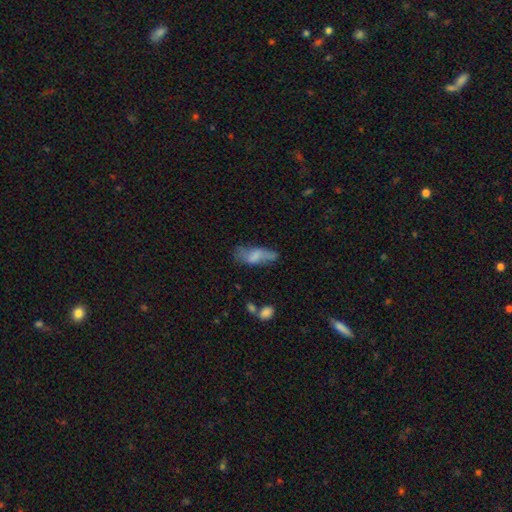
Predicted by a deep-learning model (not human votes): Smooth or featured?
  - smooth: 62% *
  - featured or disk: 30%
  - star or artifact: 8%
How rounded?
  - in between: 72% *
  - cigar-shaped: 25%
  - round: 3%
Merging?
  - none: 45% *
  - minor disturbance: 29%
  - major disturbance: 18%
  - merger: 7%